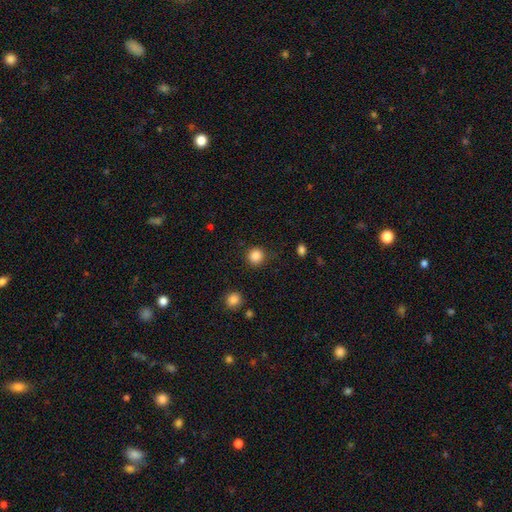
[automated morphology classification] Overall: smooth (86%). How rounded: round (93%). Merging: none (89%).